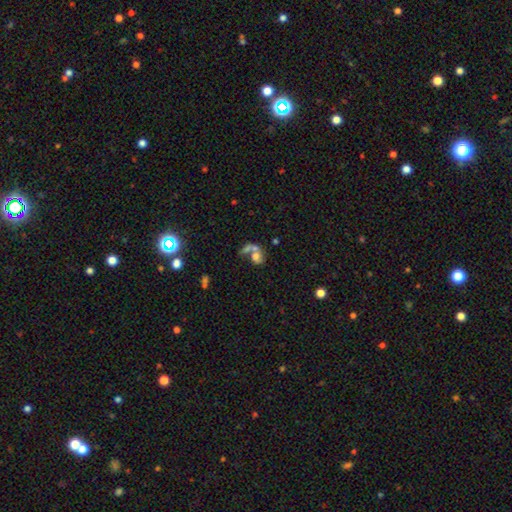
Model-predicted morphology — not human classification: This appears to be a smooth galaxy with no disk features (53%) that is in between round and cigar-shaped (49%). Merging: merger (58%).